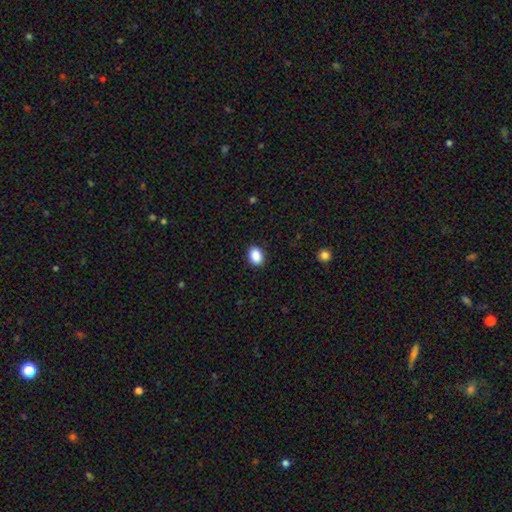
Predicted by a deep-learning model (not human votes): smooth_or_featured: smooth (p=0.90) [alt: star or artifact p=0.08]
how_rounded: in between (p=0.77) [alt: round p=0.22]
merging: none (p=0.90) [alt: minor disturbance p=0.07]